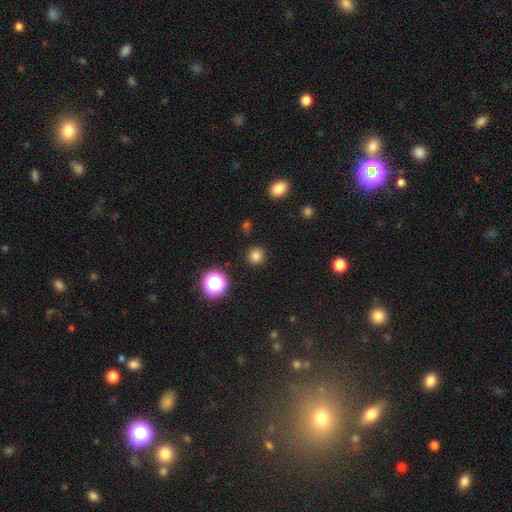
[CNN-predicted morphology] A smooth galaxy with no disk features (80%) that is round (93%).

Vote fractions:
- Smooth or featured? smooth: 80% / star or artifact: 16% / featured or disk: 4%
- How rounded? round: 93% / in between: 6% / cigar-shaped: 1%
- Merging? none: 91% / minor disturbance: 6% / major disturbance: 2% / merger: 1%